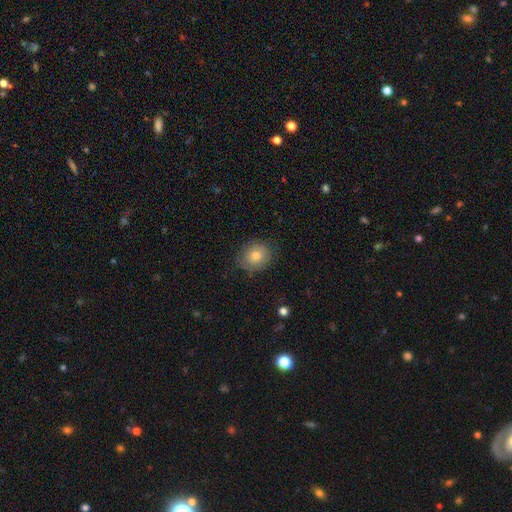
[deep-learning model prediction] Morphology: type=smooth (75%); roundness=round (75%); merging=none (79%).